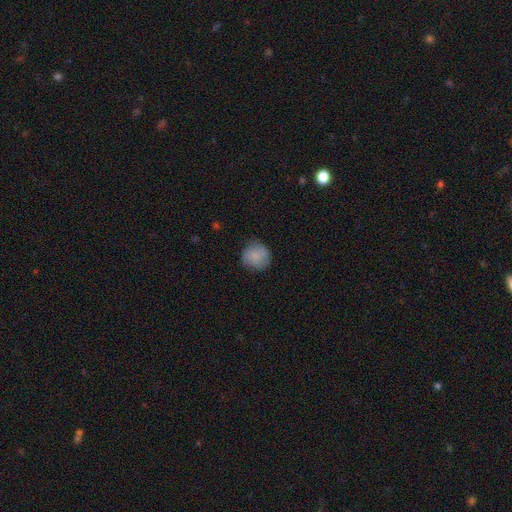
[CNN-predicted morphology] Smooth or featured? smooth (78%)
How rounded? round (90%)
Merging? none (78%)